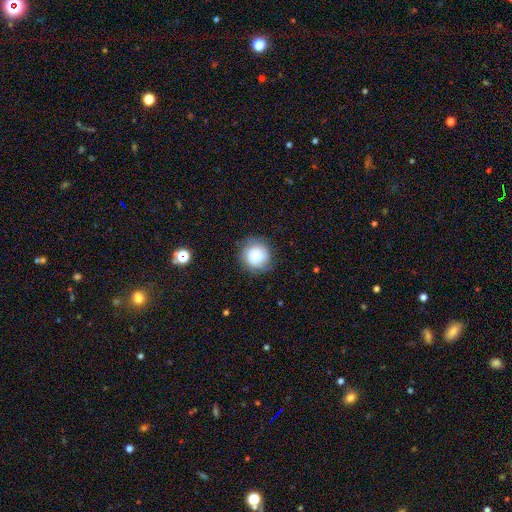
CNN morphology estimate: A smooth galaxy with no disk features (81%) that is round (93%).

Vote fractions:
- Smooth or featured? smooth: 81% / featured or disk: 10% / star or artifact: 9%
- How rounded? round: 93% / in between: 6% / cigar-shaped: 1%
- Merging? none: 81% / minor disturbance: 13% / major disturbance: 5% / merger: 1%